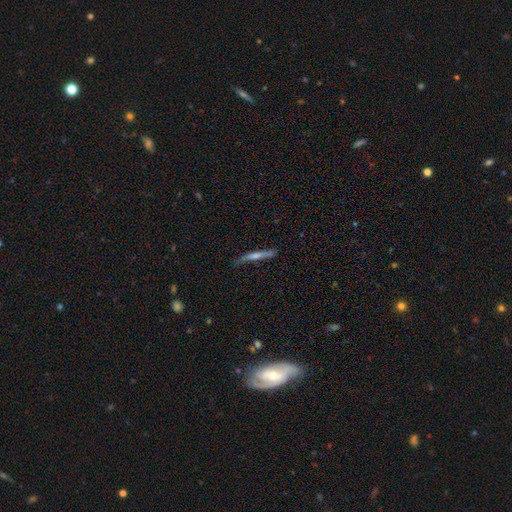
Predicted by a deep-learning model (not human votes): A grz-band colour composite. It shows a featured or disk galaxy (66%) viewed edge-on (92%) with a rounded central bulge (70%). Merging: none (75%).